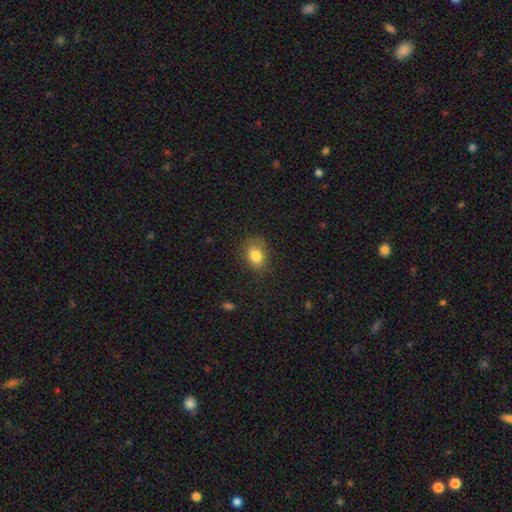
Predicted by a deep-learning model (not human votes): This appears to be a smooth galaxy with no disk features (82%) that is in between round and cigar-shaped (59%). Merging: none (78%).